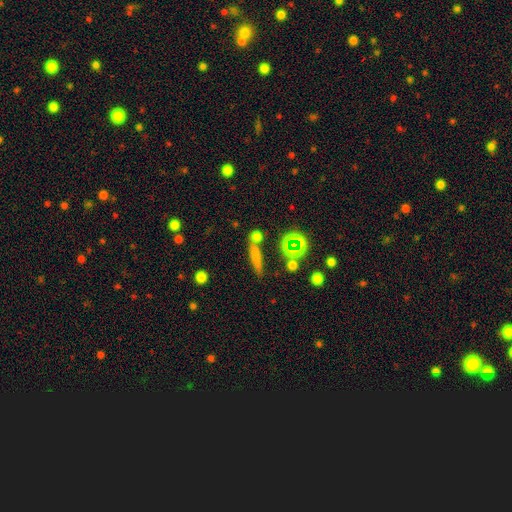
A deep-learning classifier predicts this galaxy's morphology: Overall: smooth (65%). How rounded: cigar-shaped (74%). Merging: none (68%).